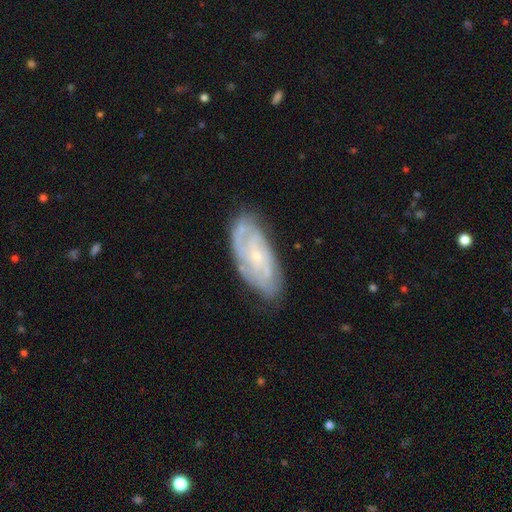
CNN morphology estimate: Smooth or featured? Predicted: featured or disk (p=0.76). Edge-on disk? Predicted: no (p=0.93). Bar? Predicted: no (p=0.72). Spiral arms? Predicted: yes (p=0.89). Spiral winding? Predicted: tight (p=0.61). Spiral arm count? Predicted: can't tell (p=0.42). Bulge size? Predicted: small (p=0.80). Merging? Predicted: none (p=0.74).